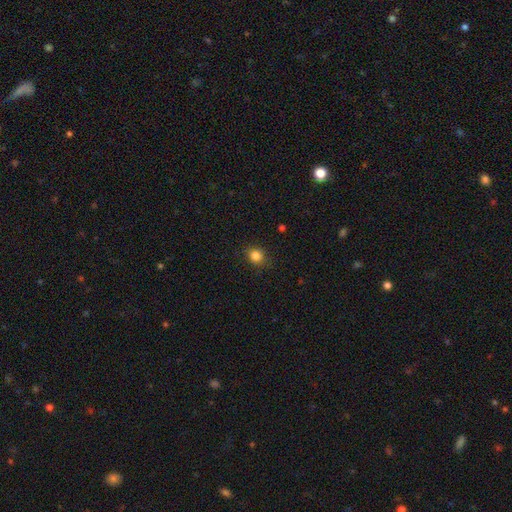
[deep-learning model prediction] Overall: smooth (84%). How rounded: round (80%). Merging: none (87%).